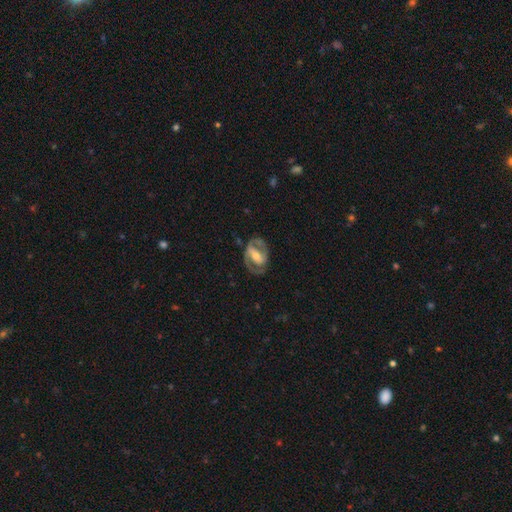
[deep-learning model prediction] Smooth or featured?
  - featured or disk: 82% *
  - smooth: 13%
  - star or artifact: 4%
Edge-on disk?
  - no: 96% *
  - yes: 4%
Bar?
  - strong: 49% *
  - weak: 32%
  - no: 19%
Spiral arms?
  - yes: 85% *
  - no: 15%
Spiral winding?
  - medium: 49% *
  - tight: 36%
  - loose: 15%
Spiral arm count?
  - 2: 86% *
  - can't tell: 7%
  - 1: 5%
  - 3: 1%
  - 4: 1%
  - more than 4: 1%
Bulge size?
  - moderate: 60% *
  - small: 32%
  - large: 6%
  - none: 1%
  - dominant: 1%
Merging?
  - none: 75% *
  - minor disturbance: 15%
  - major disturbance: 8%
  - merger: 2%